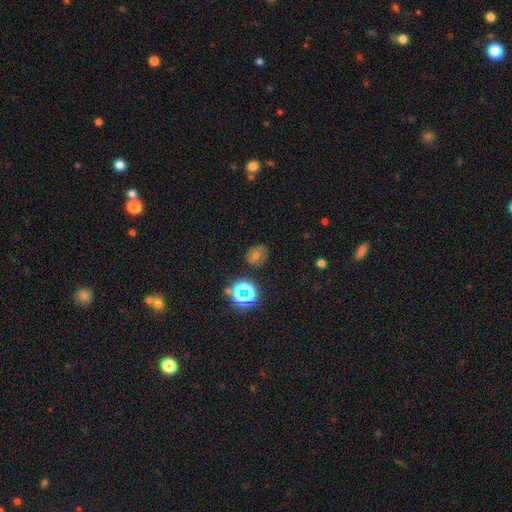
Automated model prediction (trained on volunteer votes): star or artifact 38%, smooth 37%, featured or disk 24%.